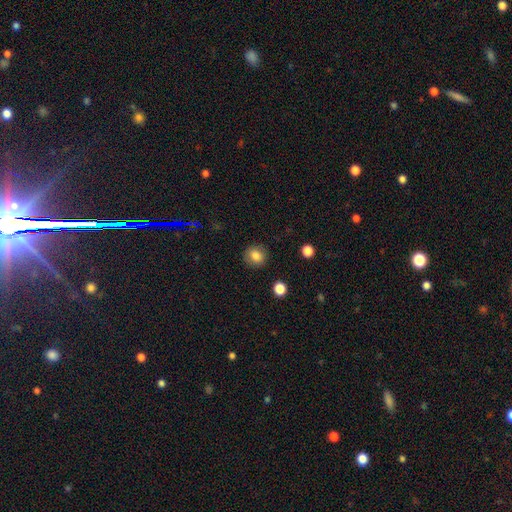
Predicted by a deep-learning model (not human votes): Overall: smooth (83%). How rounded: round (83%). Merging: none (88%).